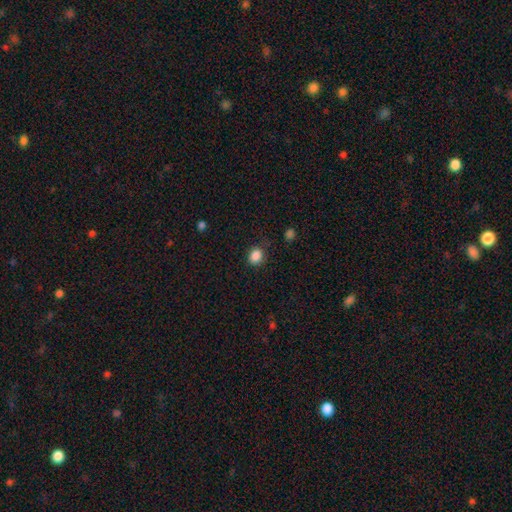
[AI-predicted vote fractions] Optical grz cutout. It shows a smooth galaxy with no disk features (86%) that is round (67%). Merging: none (80%).